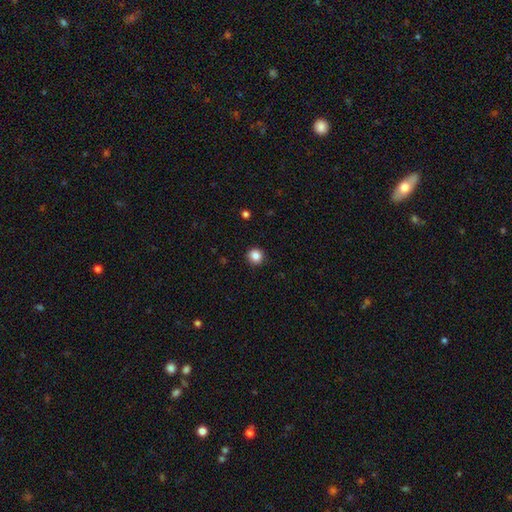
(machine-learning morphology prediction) type=smooth (85%); roundness=round (94%); merging=none (92%).